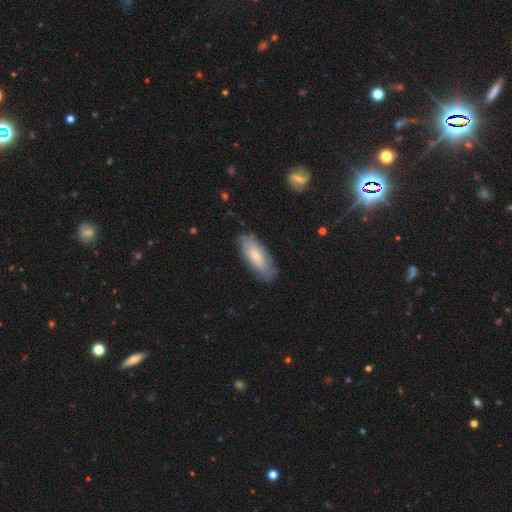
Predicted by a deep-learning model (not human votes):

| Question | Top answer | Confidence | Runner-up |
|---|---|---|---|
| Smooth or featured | smooth | 67% | featured or disk (27%) |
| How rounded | in between | 78% | cigar-shaped (20%) |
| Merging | none | 75% | minor disturbance (19%) |